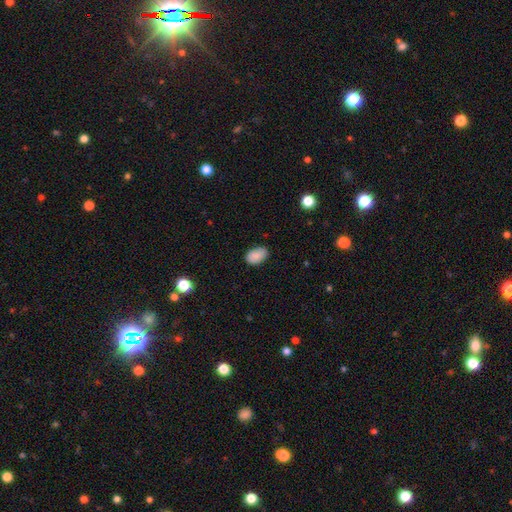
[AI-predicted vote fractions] A smooth galaxy with no disk features (88%) that is in between round and cigar-shaped (89%).

Vote fractions:
- Smooth or featured? smooth: 88% / star or artifact: 8% / featured or disk: 5%
- How rounded? in between: 89% / round: 10% / cigar-shaped: 1%
- Merging? none: 78% / minor disturbance: 18% / major disturbance: 3% / merger: 1%